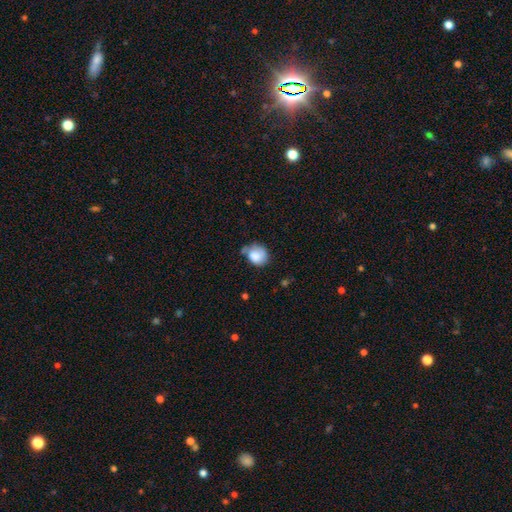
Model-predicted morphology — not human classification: This appears to be a smooth galaxy with no disk features (82%) that is round (70%). Merging: none (44%).